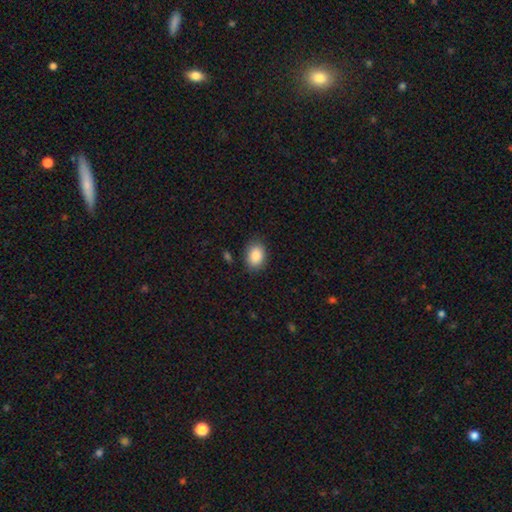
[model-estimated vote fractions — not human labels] smooth 88%, star or artifact 7%, featured or disk 4%. Down the decision tree: how rounded — in between (78%); merging — none (84%).